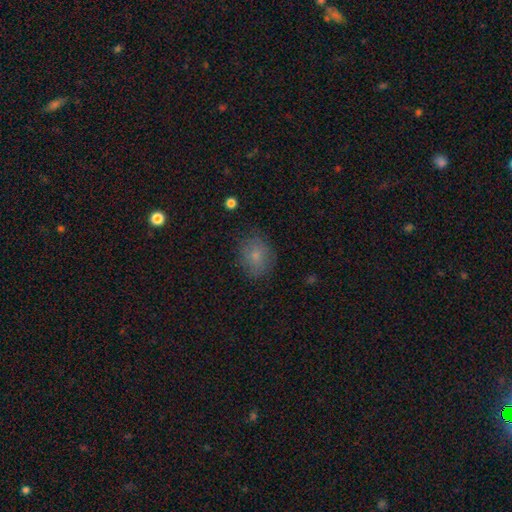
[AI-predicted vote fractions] This appears to be a smooth galaxy with no disk features (77%) that is round (53%). Merging: none (79%).